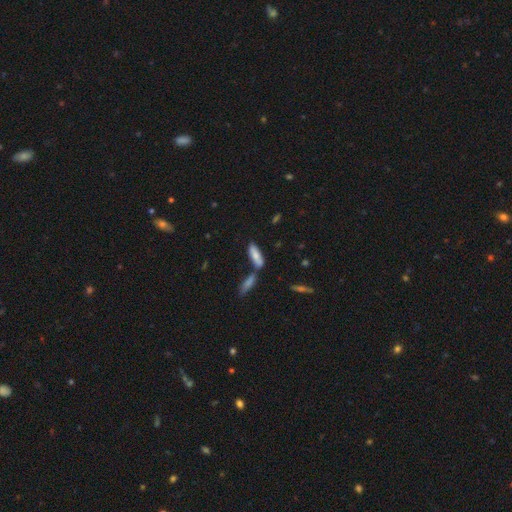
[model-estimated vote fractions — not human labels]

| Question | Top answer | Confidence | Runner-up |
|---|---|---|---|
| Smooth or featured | smooth | 75% | featured or disk (18%) |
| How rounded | in between | 54% | cigar-shaped (44%) |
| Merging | none | 52% | merger (32%) |